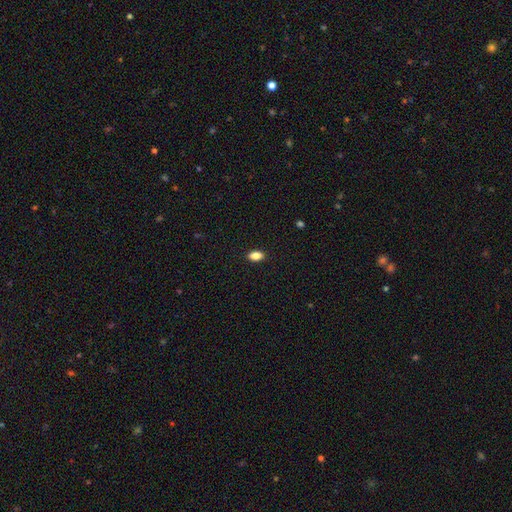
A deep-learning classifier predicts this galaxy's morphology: This appears to be a smooth galaxy with no disk features (86%) that is in between round and cigar-shaped (88%). Merging: none (89%).